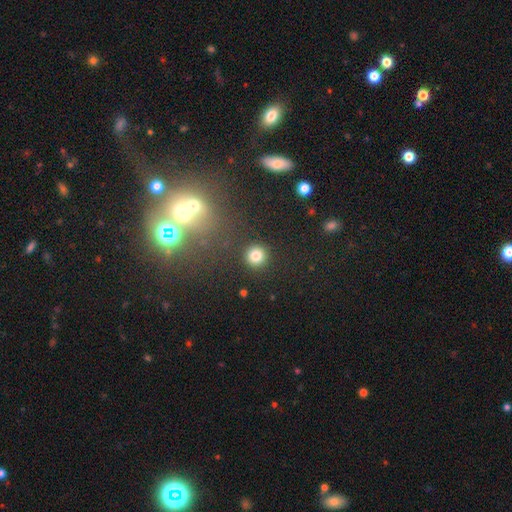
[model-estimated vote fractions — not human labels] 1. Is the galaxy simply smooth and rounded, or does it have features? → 81% smooth, 13% star or artifact, 6% featured or disk.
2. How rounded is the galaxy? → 93% round, 6% in between, 1% cigar-shaped.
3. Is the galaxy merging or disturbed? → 91% none, 5% minor disturbance, 2% major disturbance, 2% merger.